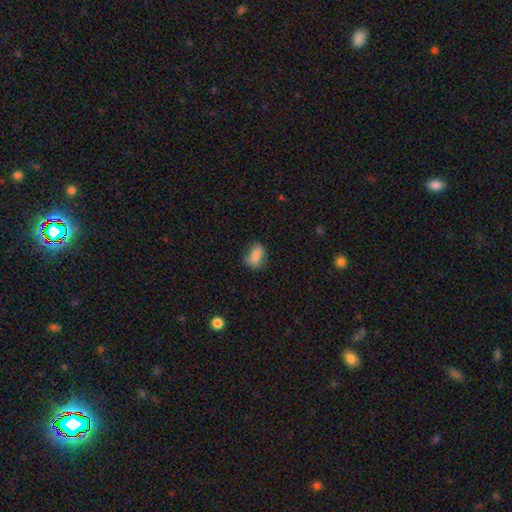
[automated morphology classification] This is likely a smooth galaxy (80%). How rounded: clearly in between (80%). Merging: likely none (65%).